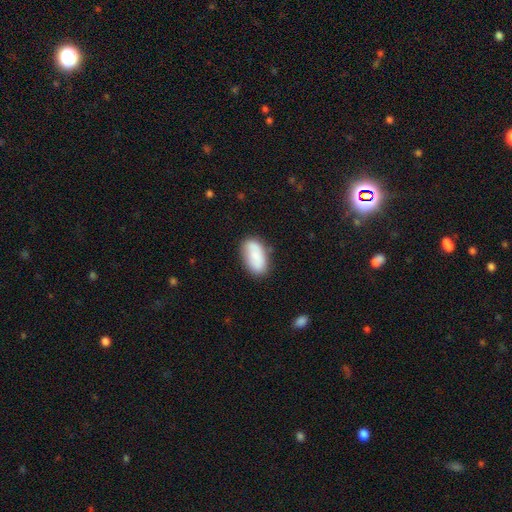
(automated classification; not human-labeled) Smooth or featured? smooth (82%)
How rounded? in between (93%)
Merging? none (74%)